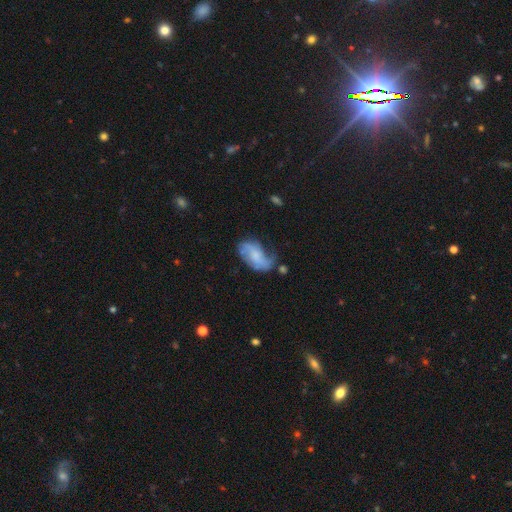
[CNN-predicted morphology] Q: Smooth or featured?
A: featured or disk (58%); runner-up: smooth (34%)
Q: Edge-on disk?
A: no (95%); runner-up: yes (5%)
Q: Bar?
A: no (61%); runner-up: weak (31%)
Q: Spiral arms?
A: yes (82%); runner-up: no (18%)
Q: Bulge size?
A: small (34%); runner-up: moderate (28%)
Q: Merging?
A: none (43%); runner-up: minor disturbance (30%)